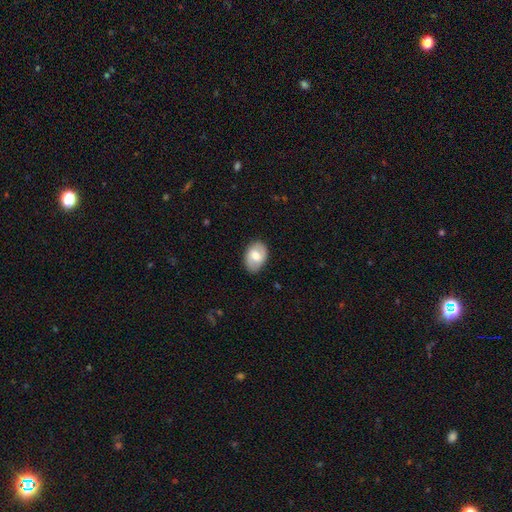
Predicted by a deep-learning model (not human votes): smooth 61%, featured or disk 33%, star or artifact 6%. Down the decision tree: how rounded — in between (84%); merging — none (84%).